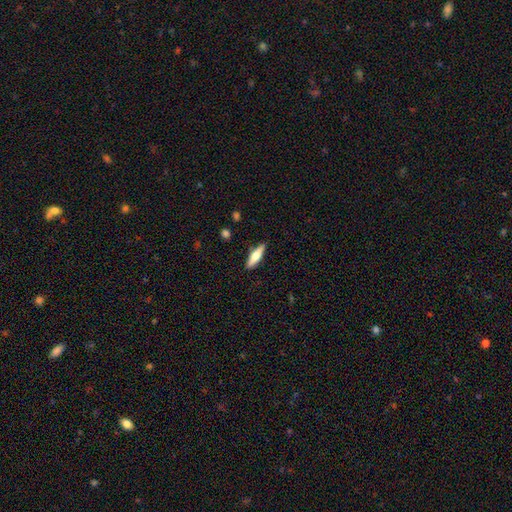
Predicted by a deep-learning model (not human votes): Smooth or featured: smooth — 56% (featured or disk — 38%)
How rounded: cigar-shaped — 66% (in between — 32%)
Merging: none — 87% (minor disturbance — 9%)